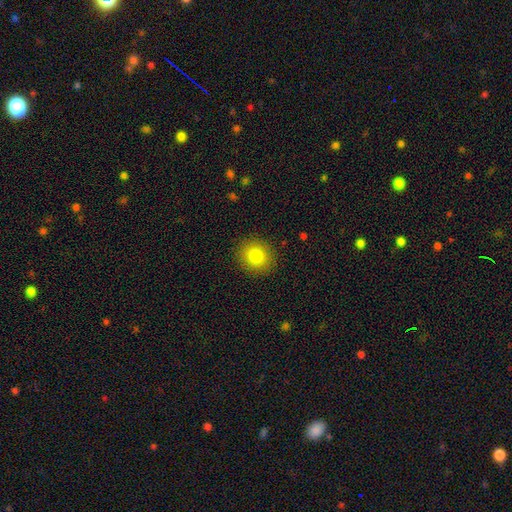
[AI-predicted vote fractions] Morphology: type=smooth (81%); roundness=round (81%); merging=none (90%).